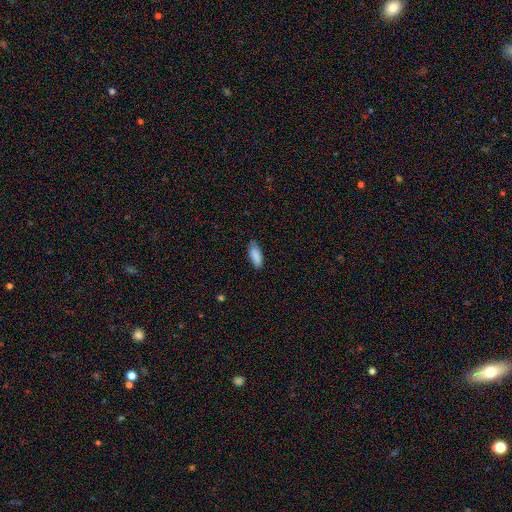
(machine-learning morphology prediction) Smooth or featured? smooth (88%)
How rounded? in between (81%)
Merging? none (76%)